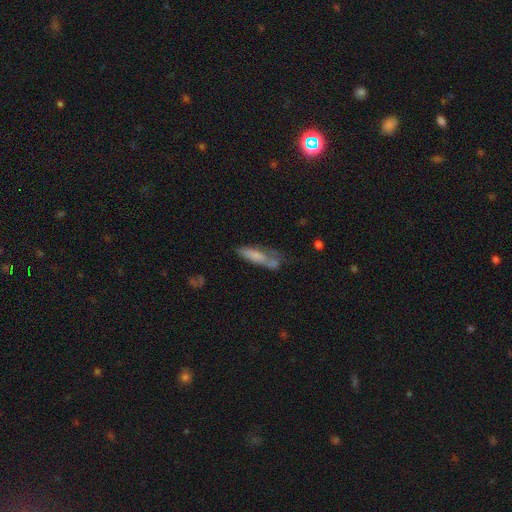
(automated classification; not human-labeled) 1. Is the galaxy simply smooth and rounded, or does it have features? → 70% smooth, 23% featured or disk, 8% star or artifact.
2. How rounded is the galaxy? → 59% cigar-shaped, 38% in between, 2% round.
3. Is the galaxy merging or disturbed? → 35% none, 27% minor disturbance, 20% merger, 19% major disturbance.